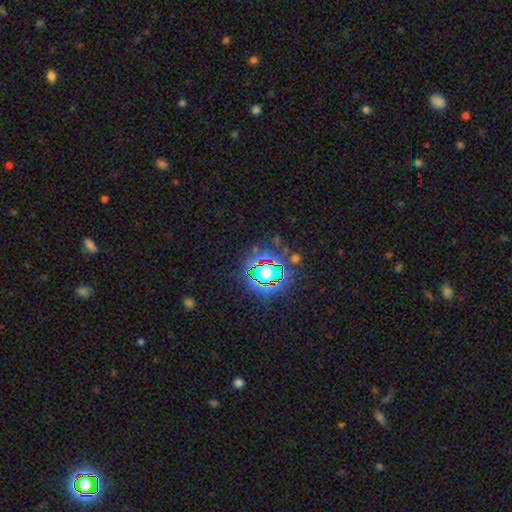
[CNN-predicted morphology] A star or artifact, not a galaxy (82%).

Vote fractions:
- Smooth or featured? star or artifact: 82% / smooth: 10% / featured or disk: 7%